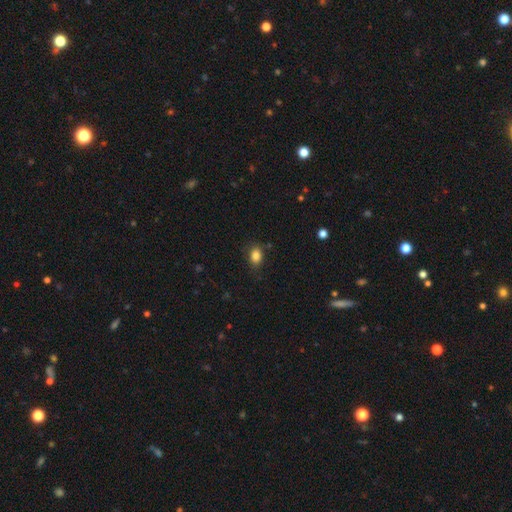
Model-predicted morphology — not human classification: smooth_or_featured: smooth (p=0.84) [alt: star or artifact p=0.10]
how_rounded: in between (p=0.74) [alt: round p=0.25]
merging: none (p=0.81) [alt: minor disturbance p=0.14]